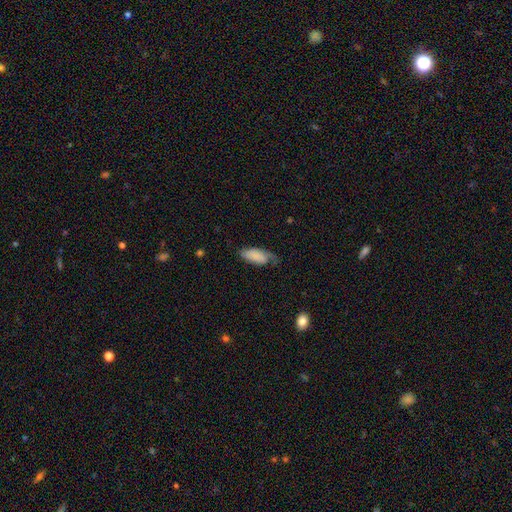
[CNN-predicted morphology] Smooth or featured: smooth — 70% (featured or disk — 24%)
How rounded: in between — 86% (cigar-shaped — 12%)
Merging: none — 36% (tied with minor disturbance — 36%)